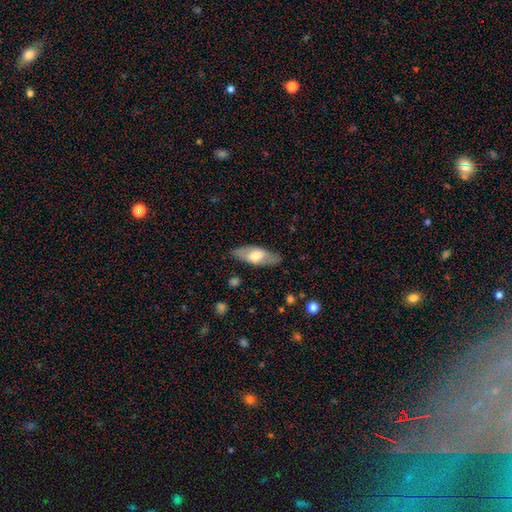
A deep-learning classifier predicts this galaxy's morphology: smooth-or-featured: smooth: 53% | featured or disk: 41% | star or artifact: 6%
  how-rounded: in between: 79% | cigar-shaped: 19% | round: 3%
  merging: none: 82% | minor disturbance: 14% | major disturbance: 4% | merger: 1%